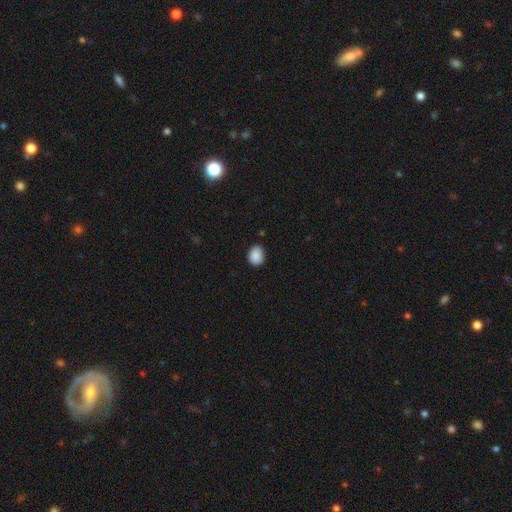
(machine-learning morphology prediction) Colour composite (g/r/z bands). It shows a smooth galaxy with no disk features (89%) that is in between round and cigar-shaped (51%). Merging: none (86%).